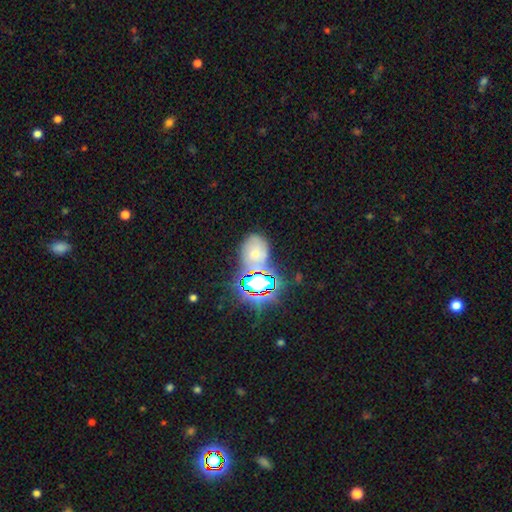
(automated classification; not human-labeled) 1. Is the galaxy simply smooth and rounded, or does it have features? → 41% star or artifact, 33% smooth, 26% featured or disk.